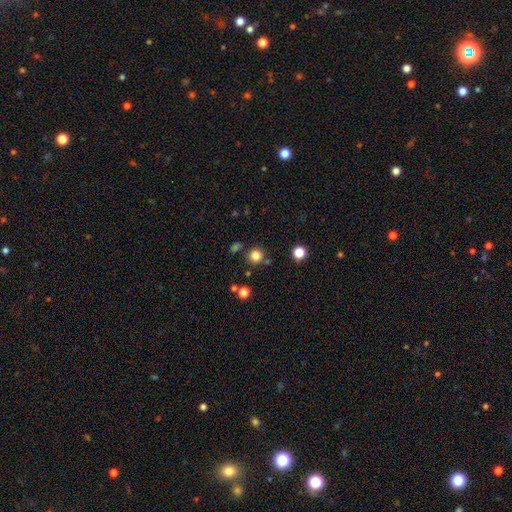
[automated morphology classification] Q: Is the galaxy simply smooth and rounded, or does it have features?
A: smooth — 82%.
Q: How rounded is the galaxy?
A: round — 94%.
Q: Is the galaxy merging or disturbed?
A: none — 84%.